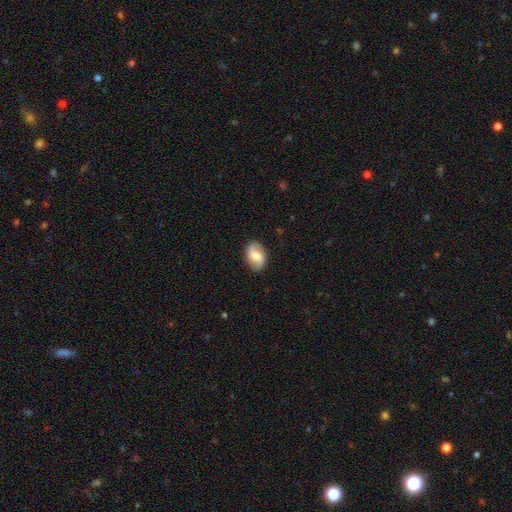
Smooth or featured?
  - featured or disk: 68% *
  - smooth: 25%
  - star or artifact: 8%
Edge-on disk?
  - no: 96% *
  - yes: 4%
Bar?
  - no: 81% *
  - weak: 19%
  - strong: 0%
Spiral arms?
  - yes: 100% *
  - no: 0%
Spiral winding?
  - loose: 81% *
  - medium: 19%
  - tight: 0%
Spiral arm count?
  - 2: 92% *
  - can't tell: 8%
  - 1: 0%
  - 3: 0%
  - 4: 0%
  - more than 4: 0%
Bulge size?
  - moderate: 62% *
  - none: 19%
  - small: 12%
  - large: 8%
  - dominant: 0%
Merging?
  - none: 89% *
  - minor disturbance: 8%
  - major disturbance: 3%
  - merger: 0%